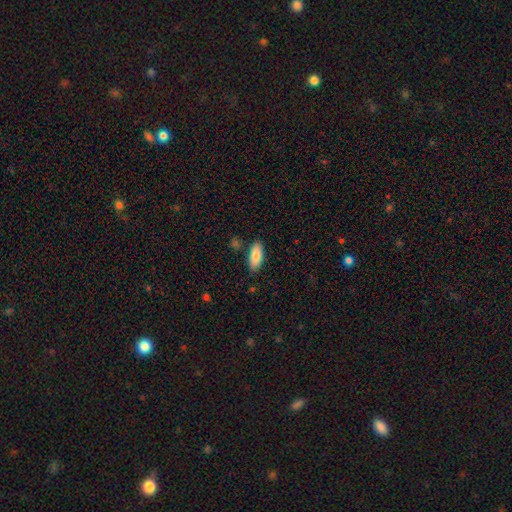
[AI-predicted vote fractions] smooth_or_featured: smooth (p=0.85) [alt: featured or disk p=0.09]
how_rounded: in between (p=0.82) [alt: cigar-shaped p=0.16]
merging: none (p=0.83) [alt: minor disturbance p=0.11]